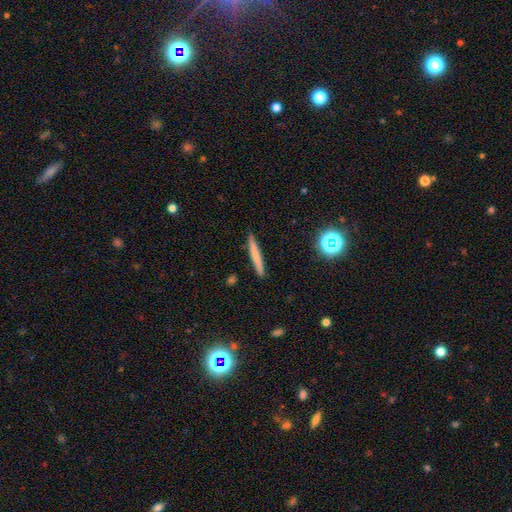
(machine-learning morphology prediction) This appears to be a smooth galaxy with no disk features (65%) that is cigar-shaped (96%). Merging: none (90%).